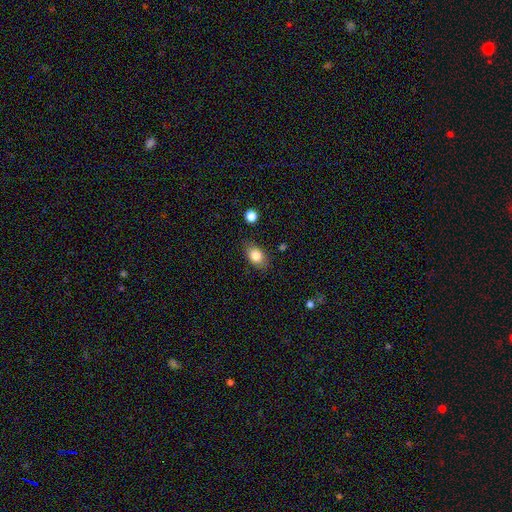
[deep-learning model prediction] Smooth or featured? Predicted: smooth (p=0.83). How rounded? Predicted: in between (p=0.80). Merging? Predicted: none (p=0.80).